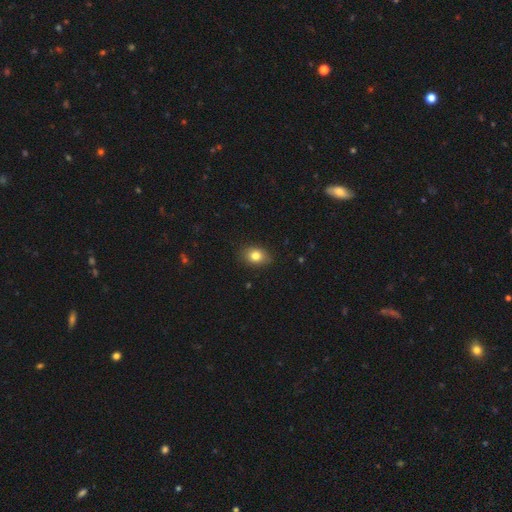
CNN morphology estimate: Smooth or featured? Predicted: smooth (p=0.81). How rounded? Predicted: in between (p=0.70). Merging? Predicted: none (p=0.86).